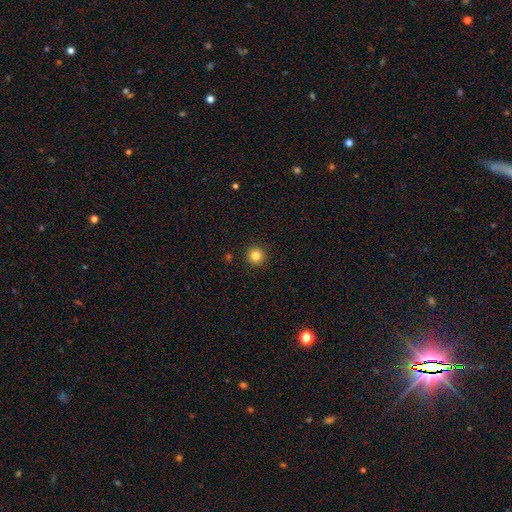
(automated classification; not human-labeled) Smooth or featured? Predicted: smooth (p=0.83). How rounded? Predicted: round (p=0.96). Merging? Predicted: none (p=0.93).